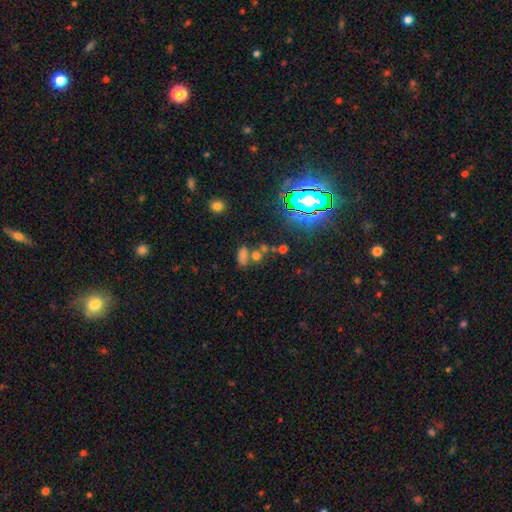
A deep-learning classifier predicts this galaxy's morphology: A smooth galaxy with no disk features (60%) that is in between round and cigar-shaped (72%). Merging: none (49%).